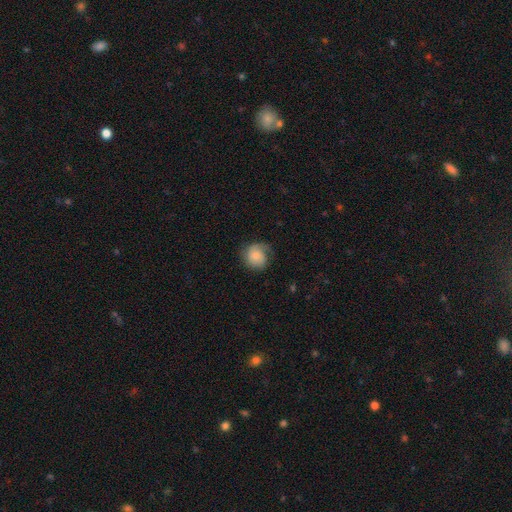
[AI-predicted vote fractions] smooth_or_featured: smooth (p=0.66) [alt: featured or disk p=0.27]
how_rounded: round (p=0.79) [alt: in between p=0.20]
merging: none (p=0.57) [alt: minor disturbance p=0.28]